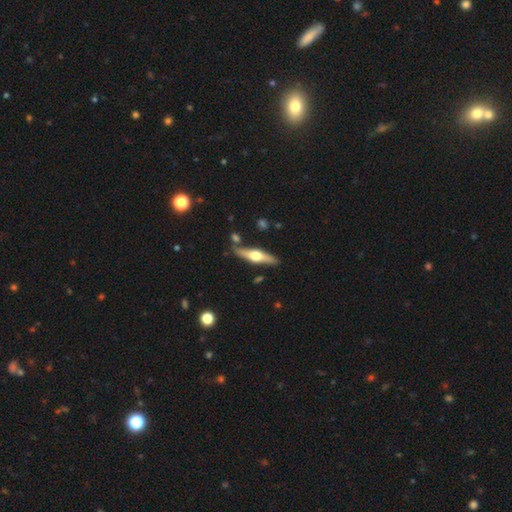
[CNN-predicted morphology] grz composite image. It shows a featured or disk galaxy (65%) viewed edge-on (95%) with a rounded central bulge (95%). Merging: none (82%).